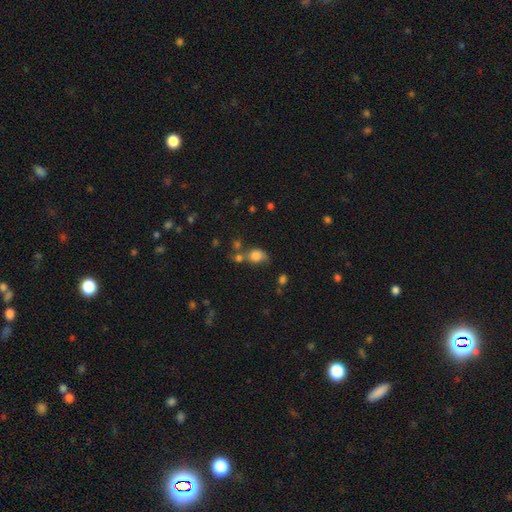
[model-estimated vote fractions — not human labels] Smooth or featured? Predicted: smooth (p=0.78). How rounded? Predicted: in between (p=0.57). Merging? Predicted: none (p=0.39).